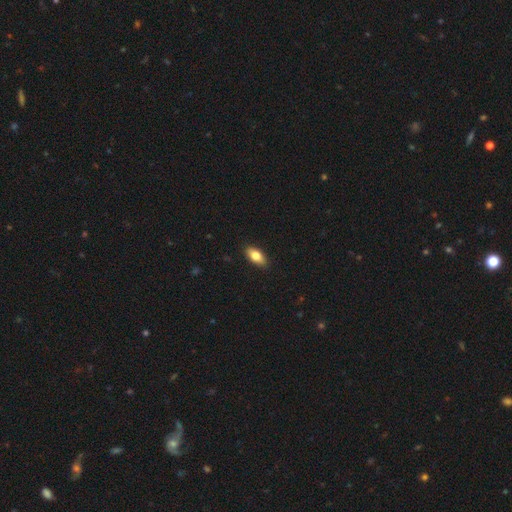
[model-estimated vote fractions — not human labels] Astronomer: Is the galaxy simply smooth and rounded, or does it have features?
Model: smooth — 79%.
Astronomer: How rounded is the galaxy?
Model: in between — 89%.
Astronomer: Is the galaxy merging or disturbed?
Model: none — 89%.